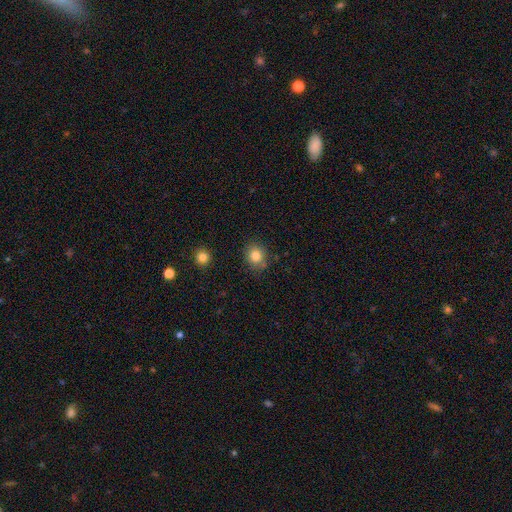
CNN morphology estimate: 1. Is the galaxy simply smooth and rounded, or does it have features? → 84% smooth, 10% star or artifact, 6% featured or disk.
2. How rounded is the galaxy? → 71% round, 28% in between, 1% cigar-shaped.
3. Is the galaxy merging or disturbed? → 80% none, 14% minor disturbance, 3% major disturbance, 3% merger.